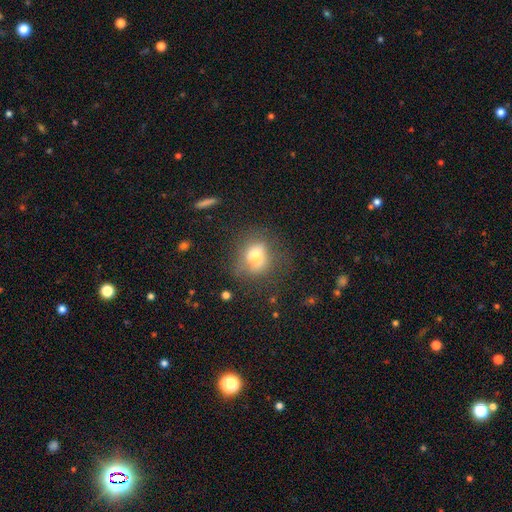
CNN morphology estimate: A smooth galaxy with no disk features (68%) that is round (62%).

Vote fractions:
- Smooth or featured? smooth: 68% / featured or disk: 20% / star or artifact: 12%
- How rounded? round: 62% / in between: 36% / cigar-shaped: 1%
- Merging? none: 55% / minor disturbance: 25% / major disturbance: 17% / merger: 3%